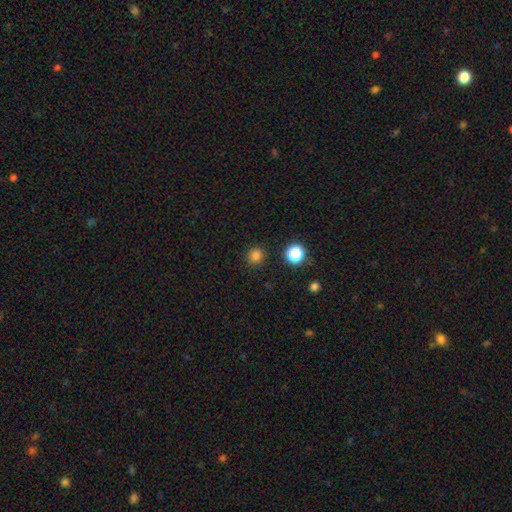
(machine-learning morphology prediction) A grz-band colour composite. It shows a smooth galaxy with no disk features (81%) that is round (89%). Merging: none (90%).